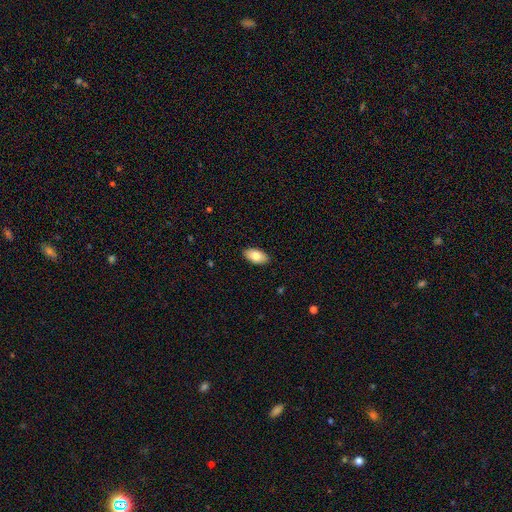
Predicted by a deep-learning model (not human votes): A smooth galaxy with no disk features (80%) that is in between round and cigar-shaped (94%).

Vote fractions:
- Smooth or featured? smooth: 80% / featured or disk: 13% / star or artifact: 7%
- How rounded? in between: 94% / round: 3% / cigar-shaped: 3%
- Merging? none: 90% / minor disturbance: 8% / major disturbance: 2% / merger: 1%